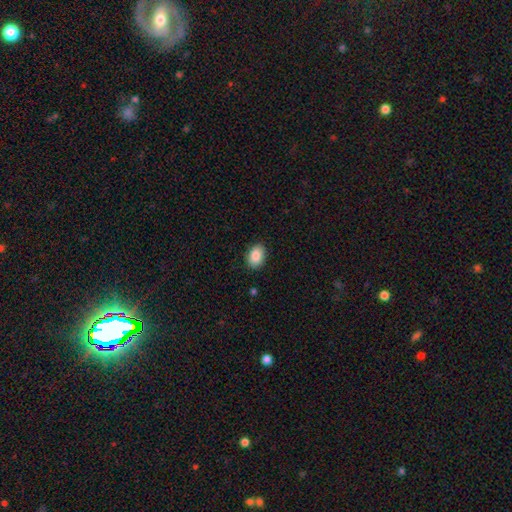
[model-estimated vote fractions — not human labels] Overall: smooth (88%). How rounded: in between (80%). Merging: none (88%).